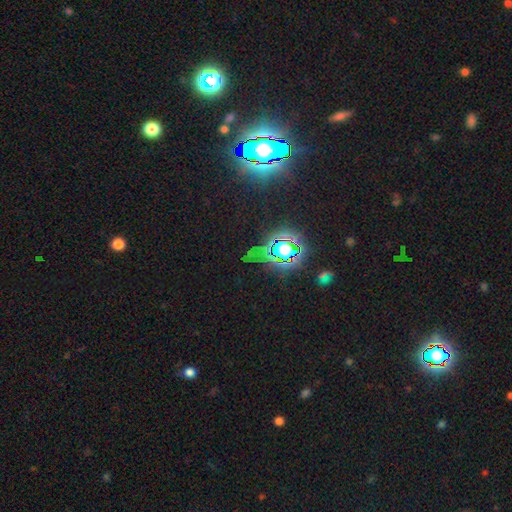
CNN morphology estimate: Overall: star or artifact (82%).